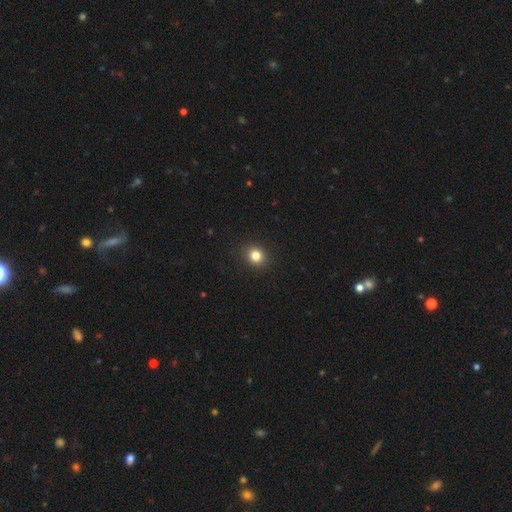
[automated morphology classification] Smooth or featured?
  - smooth: 82% *
  - star or artifact: 12%
  - featured or disk: 6%
How rounded?
  - round: 76% *
  - in between: 23%
  - cigar-shaped: 1%
Merging?
  - none: 91% *
  - minor disturbance: 6%
  - major disturbance: 2%
  - merger: 1%